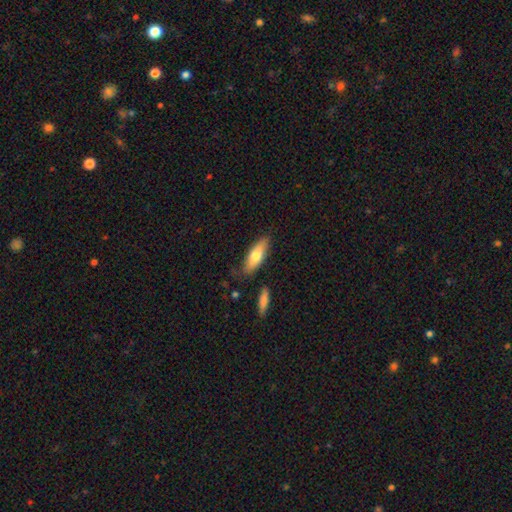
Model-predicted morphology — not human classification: Smooth or featured? smooth (70%)
How rounded? in between (62%)
Merging? none (77%)